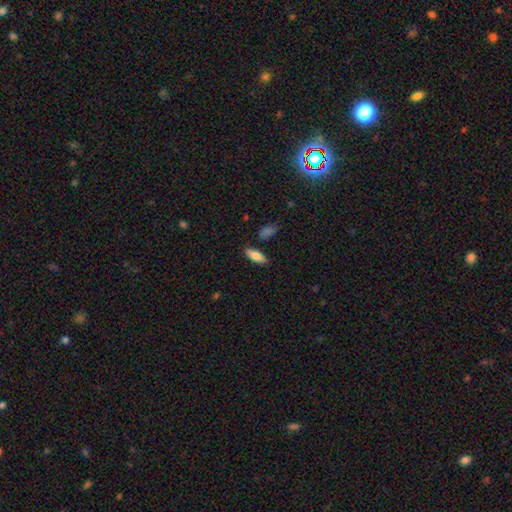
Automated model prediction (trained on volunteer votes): Morphology: type=smooth (78%); roundness=in between (65%); merging=none (80%).